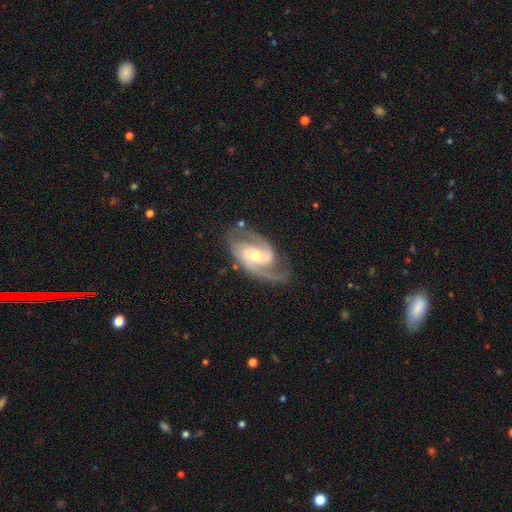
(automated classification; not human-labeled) Q: Smooth or featured?
A: featured or disk (90%); runner-up: smooth (5%)
Q: Edge-on disk?
A: no (97%); runner-up: yes (3%)
Q: Bar?
A: no (43%); runner-up: weak (42%)
Q: Spiral arms?
A: yes (98%); runner-up: no (2%)
Q: Spiral winding?
A: medium (55%); runner-up: tight (28%)
Q: Spiral arm count?
A: 2 (82%); runner-up: 3 (7%)
Q: Bulge size?
A: moderate (54%); runner-up: small (41%)
Q: Merging?
A: none (71%); runner-up: minor disturbance (19%)